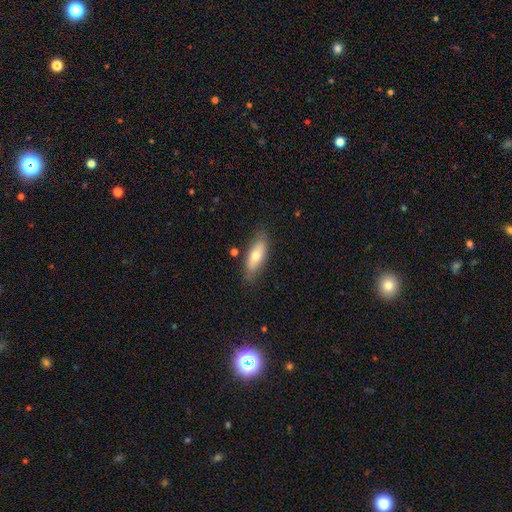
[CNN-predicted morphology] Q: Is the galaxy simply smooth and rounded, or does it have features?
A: smooth — 68%.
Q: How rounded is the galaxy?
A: in between — 64%.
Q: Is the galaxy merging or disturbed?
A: none — 78%.